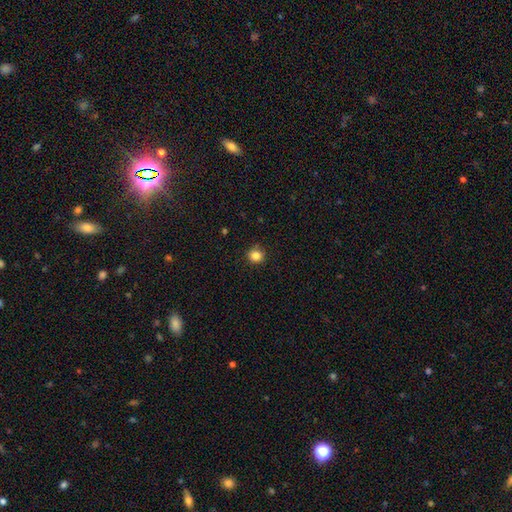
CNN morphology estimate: Smooth or featured? Predicted: smooth (p=0.84). How rounded? Predicted: round (p=0.91). Merging? Predicted: none (p=0.89).